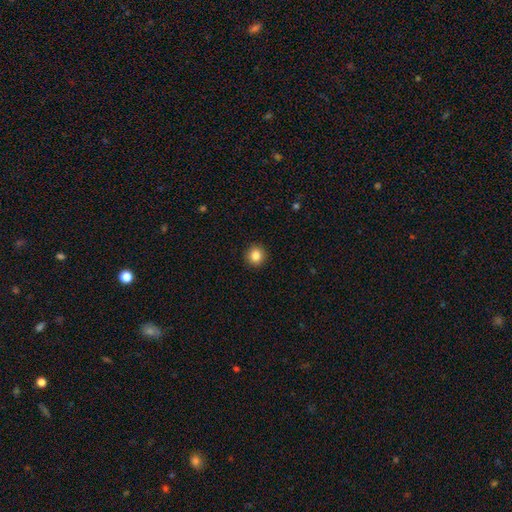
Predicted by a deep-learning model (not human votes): smooth-or-featured: smooth: 85% | star or artifact: 10% | featured or disk: 5%
  how-rounded: round: 92% | in between: 7% | cigar-shaped: 1%
  merging: none: 93% | minor disturbance: 5% | major disturbance: 2% | merger: 1%